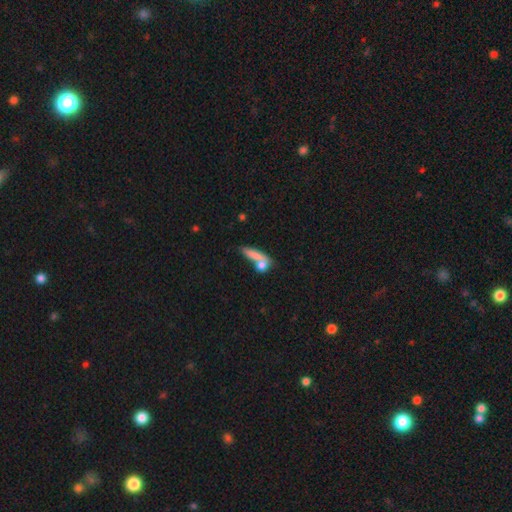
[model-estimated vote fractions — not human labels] Overall: smooth (74%). How rounded: cigar-shaped (60%; in between 28%). Merging: none (47%; merger 32%).